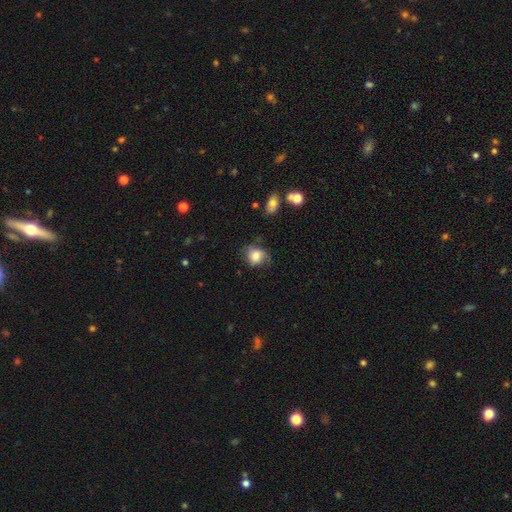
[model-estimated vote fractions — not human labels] The model was most divided on "how rounded": round: 57%, in between: 42%, cigar-shaped: 1%. Remaining: smooth or featured — smooth (72%); merging — none (49%).